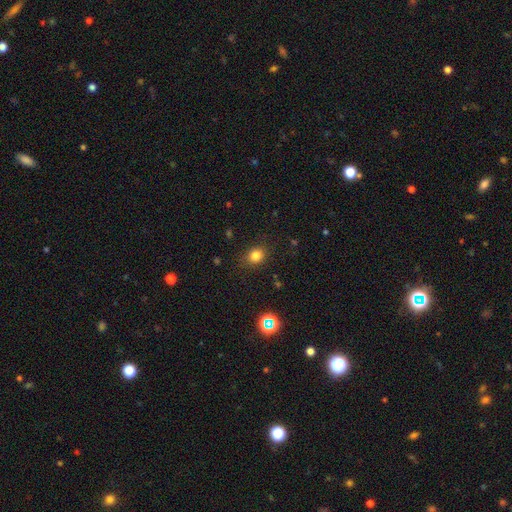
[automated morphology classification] smooth 80%, star or artifact 14%, featured or disk 6%. Down the decision tree: how rounded — round (64%); merging — none (84%).